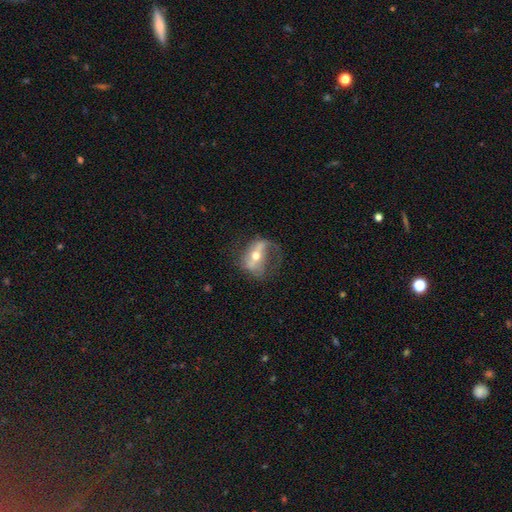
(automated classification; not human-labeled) Smooth or featured: featured or disk — 70% (smooth — 22%)
Edge-on disk: no — 91% (yes — 9%)
Bar: strong — 44% (weak — 28%)
Spiral arms: yes — 76% (no — 24%)
Bulge size: moderate — 67% (small — 26%)
Merging: none — 45% (major disturbance — 29%)